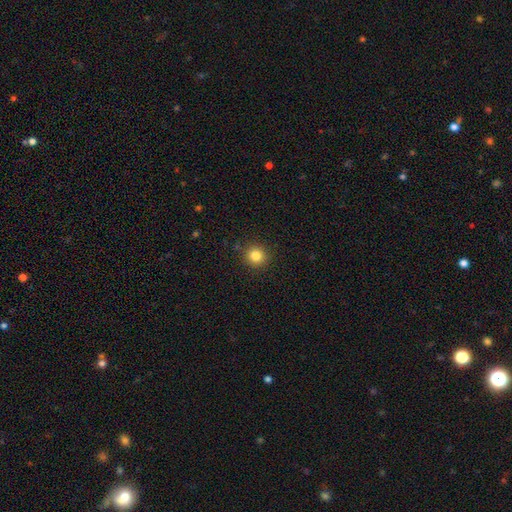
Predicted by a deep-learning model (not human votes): Smooth or featured? Predicted: smooth (p=0.83). How rounded? Predicted: round (p=0.93). Merging? Predicted: none (p=0.90).